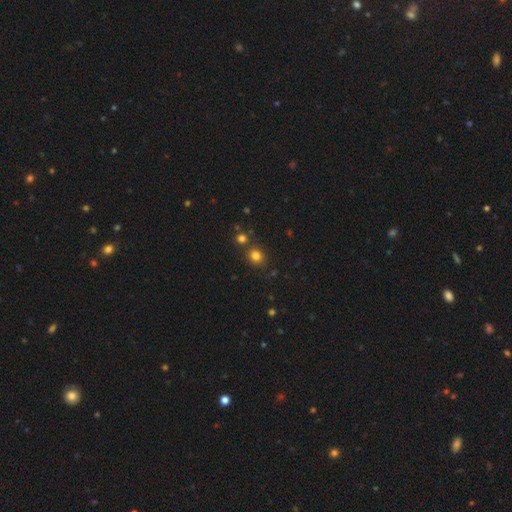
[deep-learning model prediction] Smooth or featured? Predicted: smooth (p=0.79). How rounded? Predicted: round (p=0.80). Merging? Predicted: none (p=0.78).